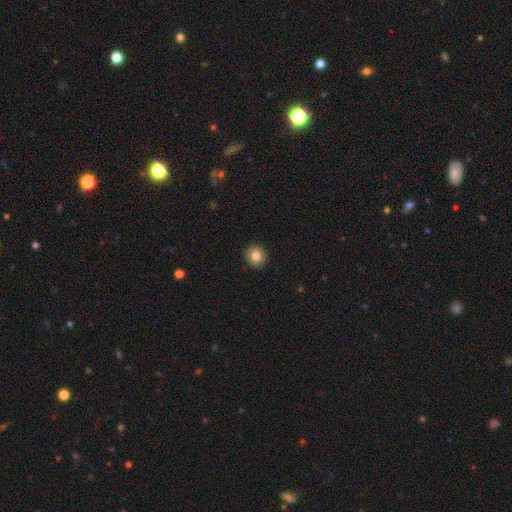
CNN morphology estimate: This appears to be a smooth galaxy with no disk features (84%) that is round (88%). Merging: none (91%).